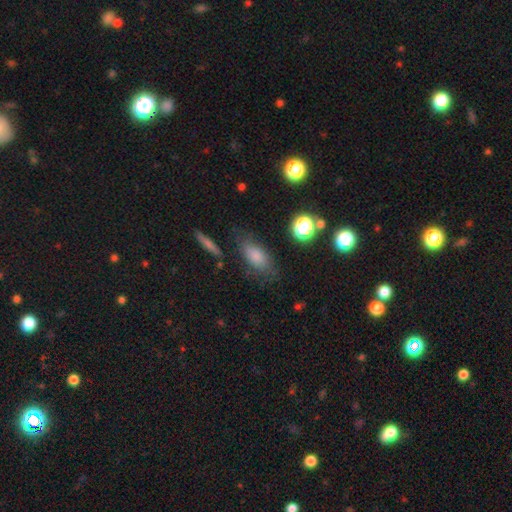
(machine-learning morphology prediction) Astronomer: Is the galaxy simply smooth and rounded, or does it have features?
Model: smooth — 72%.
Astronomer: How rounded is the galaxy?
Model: in between — 80%.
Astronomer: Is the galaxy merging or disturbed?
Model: none — 72%.